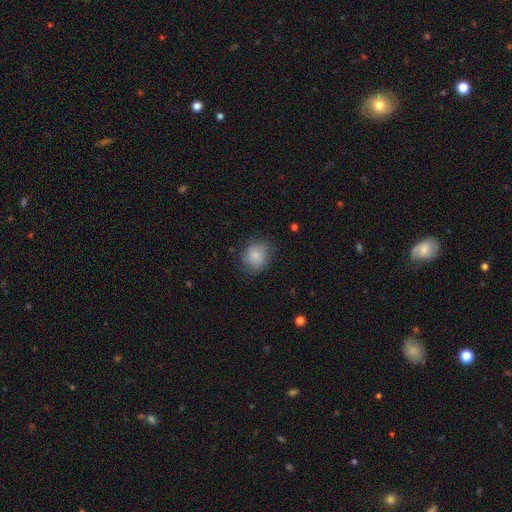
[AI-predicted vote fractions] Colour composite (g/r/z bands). It shows a smooth galaxy with no disk features (77%) that is round (73%). Merging: none (71%).